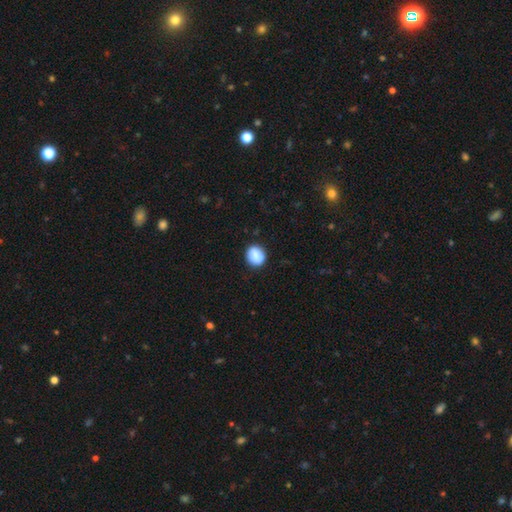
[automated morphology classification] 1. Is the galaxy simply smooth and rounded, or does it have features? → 83% smooth, 10% featured or disk, 8% star or artifact.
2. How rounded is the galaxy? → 73% round, 26% in between, 1% cigar-shaped.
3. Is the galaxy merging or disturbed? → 84% none, 12% minor disturbance, 3% major disturbance, 1% merger.